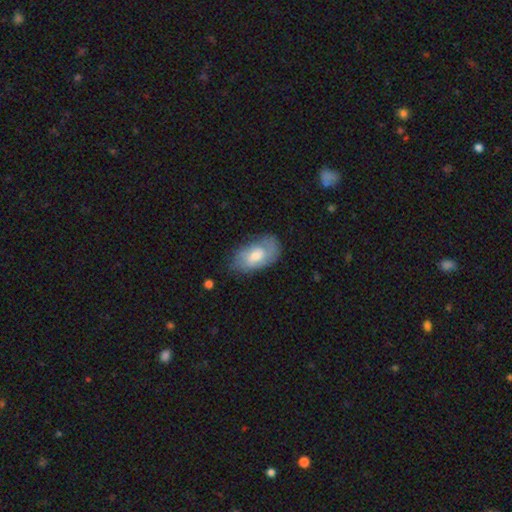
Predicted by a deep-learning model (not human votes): A featured or disk galaxy (51%). Merging: none (67%).